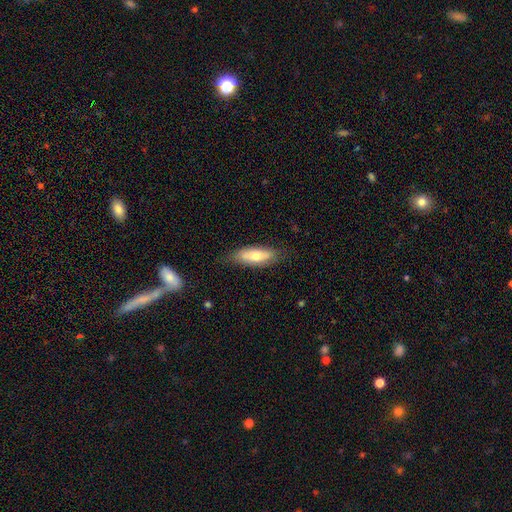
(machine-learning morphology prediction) Smooth or featured? Predicted: smooth (p=0.64). How rounded? Predicted: in between (p=0.64). Merging? Predicted: none (p=0.77).